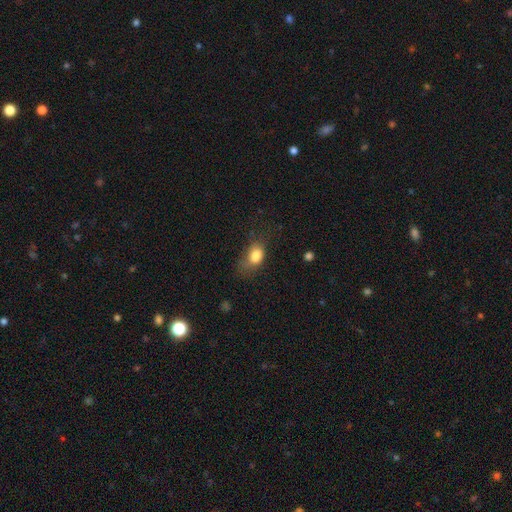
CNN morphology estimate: This is clearly a smooth galaxy (82%). How rounded: likely in between (78%). Merging: possibly none (46%).